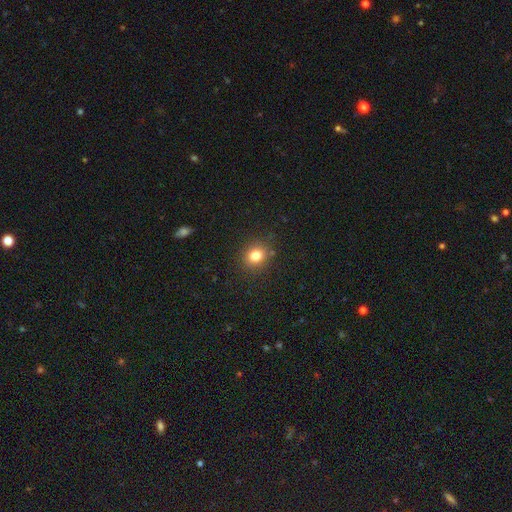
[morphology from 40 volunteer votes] type=smooth (85%); roundness=round (76%); merging=none (74%).